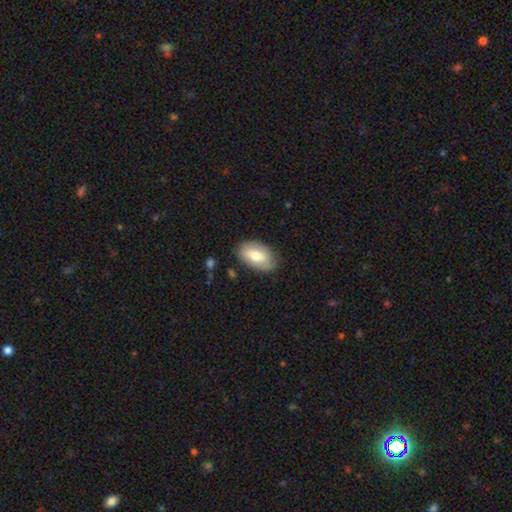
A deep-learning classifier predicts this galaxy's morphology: Smooth or featured? smooth (68%)
How rounded? in between (94%)
Merging? none (82%)